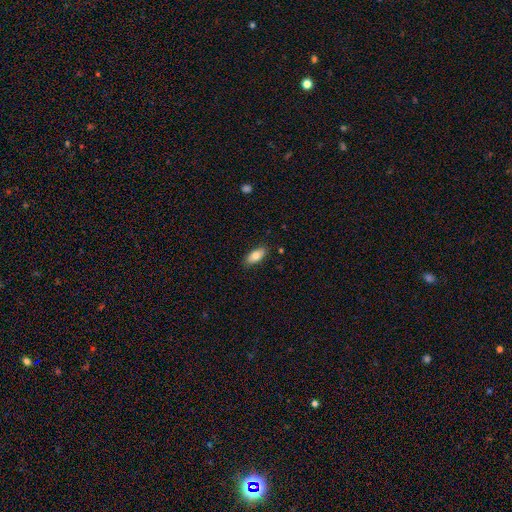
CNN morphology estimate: smooth-or-featured: smooth: 78% | featured or disk: 16% | star or artifact: 7%
  how-rounded: in between: 88% | cigar-shaped: 9% | round: 3%
  merging: none: 86% | minor disturbance: 10% | major disturbance: 2% | merger: 1%